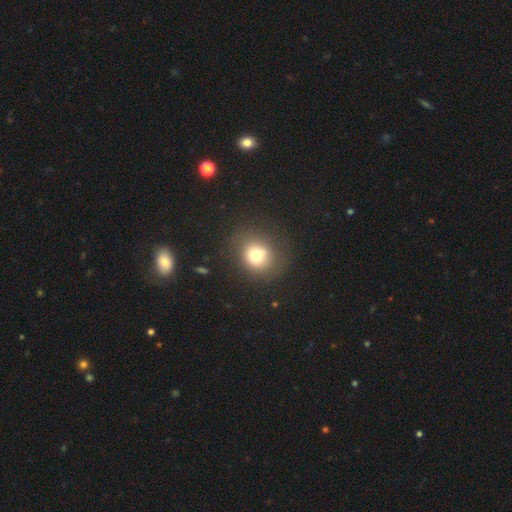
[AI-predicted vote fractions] Smooth or featured? Predicted: smooth (p=0.70). How rounded? Predicted: round (p=0.78). Merging? Predicted: none (p=0.66).